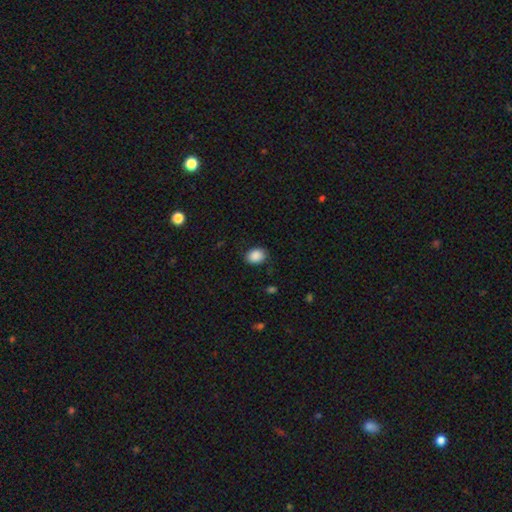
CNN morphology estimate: smooth 88%, star or artifact 8%, featured or disk 4%. Down the decision tree: how rounded — in between (62%); merging — none (82%).